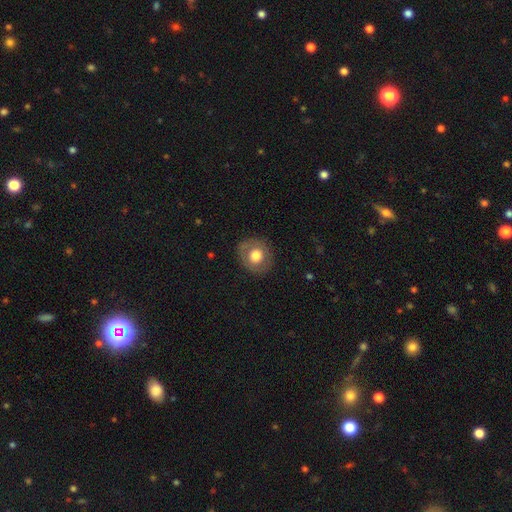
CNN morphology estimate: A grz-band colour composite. It shows a smooth galaxy with no disk features (65%) that is round (84%). Merging: none (84%).